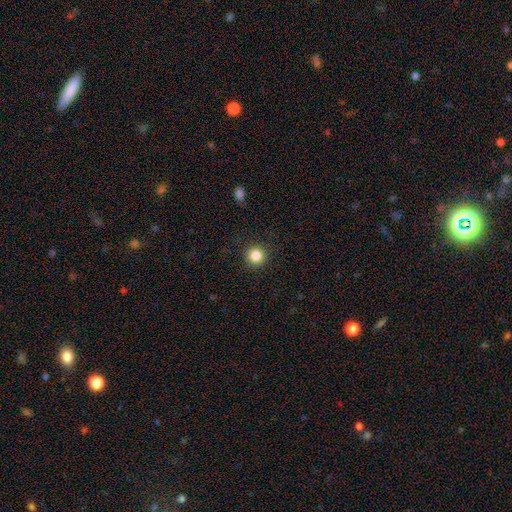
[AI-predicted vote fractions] Smooth or featured: smooth — 85% (star or artifact — 11%)
How rounded: round — 95% (in between — 4%)
Merging: none — 92% (minor disturbance — 5%)